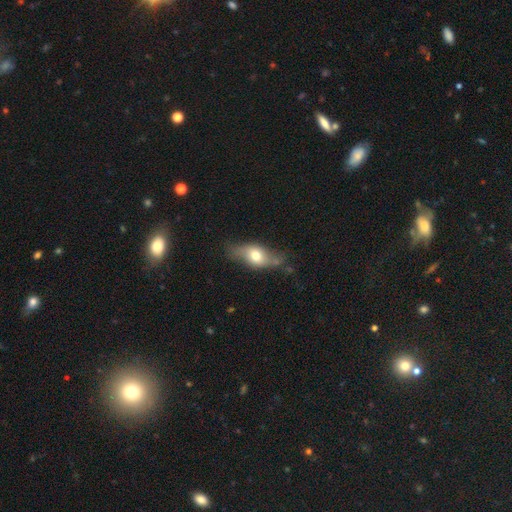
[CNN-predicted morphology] Q: Smooth or featured?
A: smooth (57%); runner-up: featured or disk (35%)
Q: How rounded?
A: in between (77%); runner-up: cigar-shaped (13%)
Q: Merging?
A: none (60%); runner-up: minor disturbance (27%)